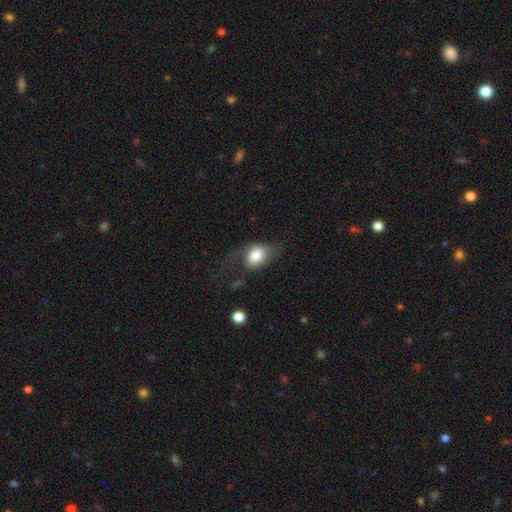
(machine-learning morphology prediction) smooth-or-featured: smooth: 73% | featured or disk: 19% | star or artifact: 7%
  how-rounded: in between: 69% | round: 29% | cigar-shaped: 2%
  merging: none: 39% | major disturbance: 32% | minor disturbance: 25% | merger: 3%